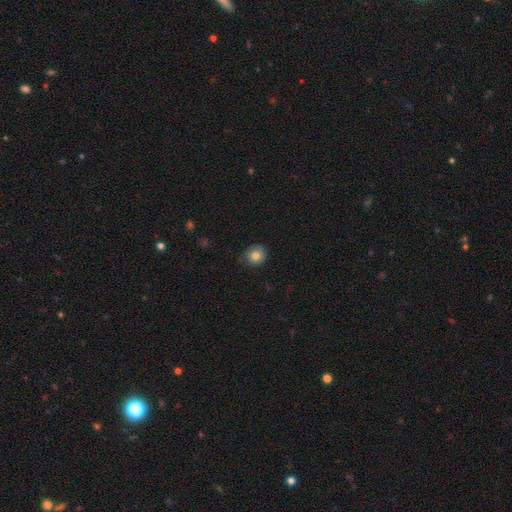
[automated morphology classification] Smooth or featured: smooth — 79% (featured or disk — 12%)
How rounded: round — 83% (in between — 16%)
Merging: none — 72% (minor disturbance — 22%)